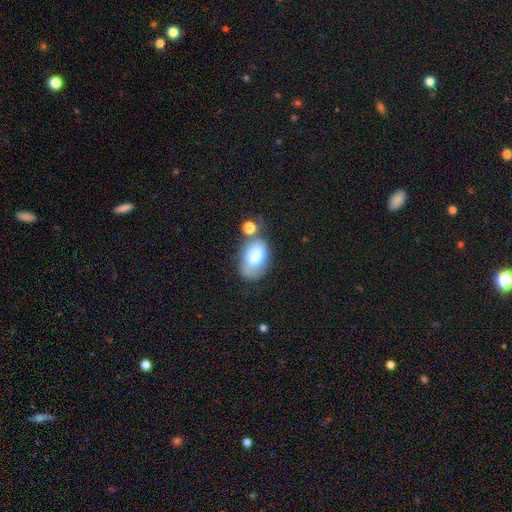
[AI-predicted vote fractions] Smooth or featured: smooth — 77% (featured or disk — 16%)
How rounded: in between — 90% (round — 9%)
Merging: none — 49% (minor disturbance — 24%)